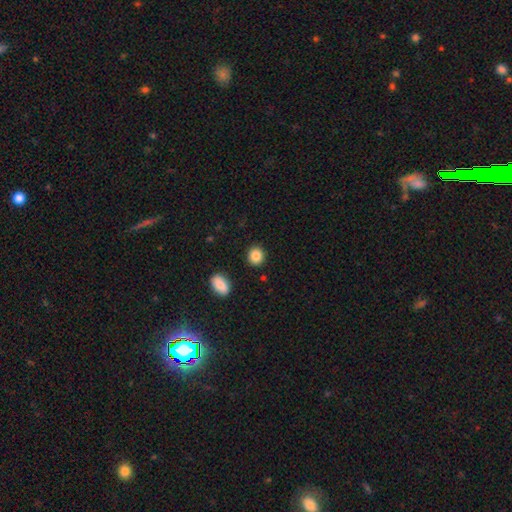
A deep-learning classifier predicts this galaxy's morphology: smooth-or-featured: smooth: 87% | star or artifact: 9% | featured or disk: 5%
  how-rounded: round: 80% | in between: 19% | cigar-shaped: 1%
  merging: none: 91% | minor disturbance: 6% | merger: 2% | major disturbance: 2%